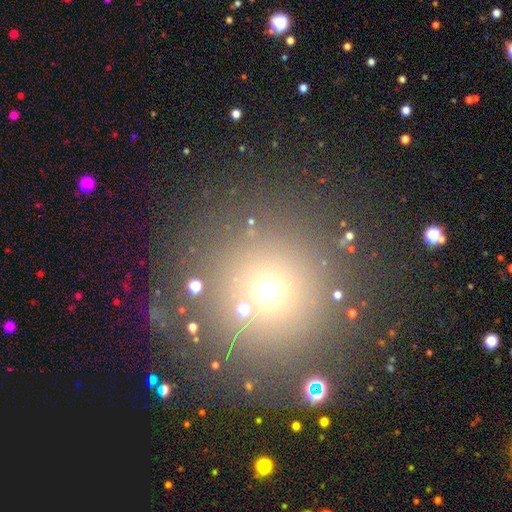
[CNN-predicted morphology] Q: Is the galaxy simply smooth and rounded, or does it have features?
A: smooth — 55%.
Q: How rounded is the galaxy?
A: round — 94%.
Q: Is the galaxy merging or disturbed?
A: none — 82%.